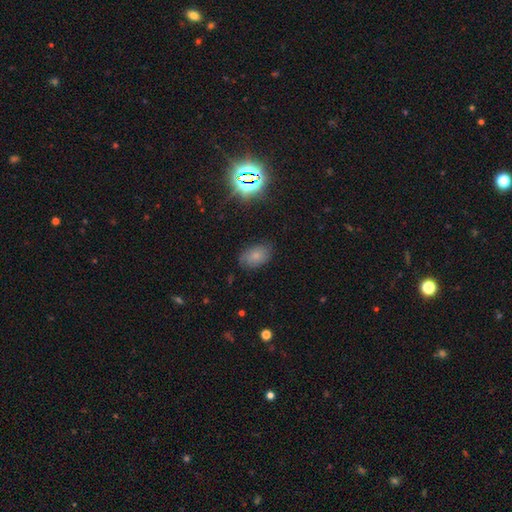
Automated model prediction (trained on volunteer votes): The model was most divided on "smooth or featured": smooth: 67%, featured or disk: 17%, star or artifact: 16%. More confident: how rounded — in between (88%); merging — none (77%).